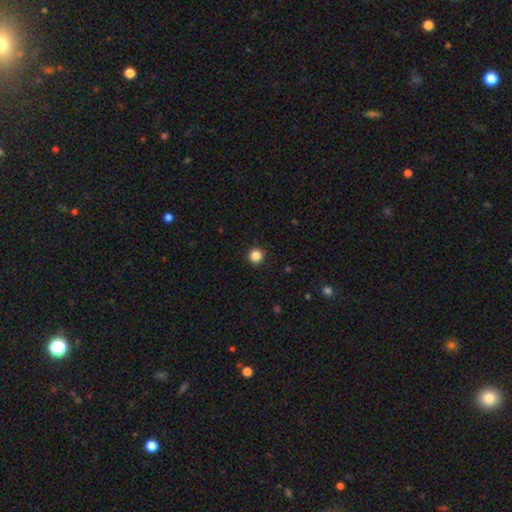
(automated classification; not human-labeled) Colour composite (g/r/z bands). It shows a smooth galaxy with no disk features (86%) that is round (96%). Merging: none (93%).